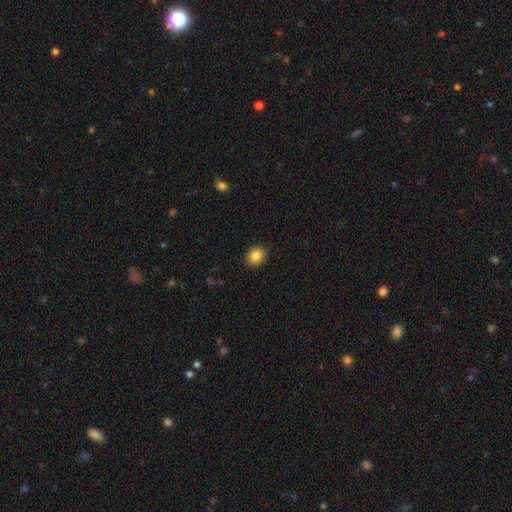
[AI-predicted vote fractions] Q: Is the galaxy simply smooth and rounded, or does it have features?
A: smooth — 86%.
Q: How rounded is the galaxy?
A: round — 61%.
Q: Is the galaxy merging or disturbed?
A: none — 90%.